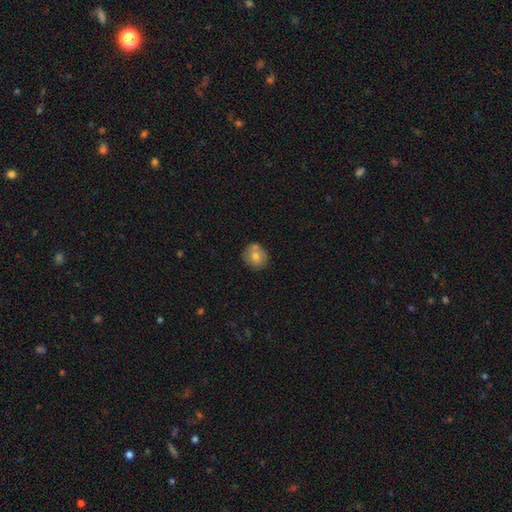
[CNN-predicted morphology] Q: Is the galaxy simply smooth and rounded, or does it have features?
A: smooth — 73%.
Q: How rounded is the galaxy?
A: round — 81%.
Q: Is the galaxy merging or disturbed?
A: none — 65%.